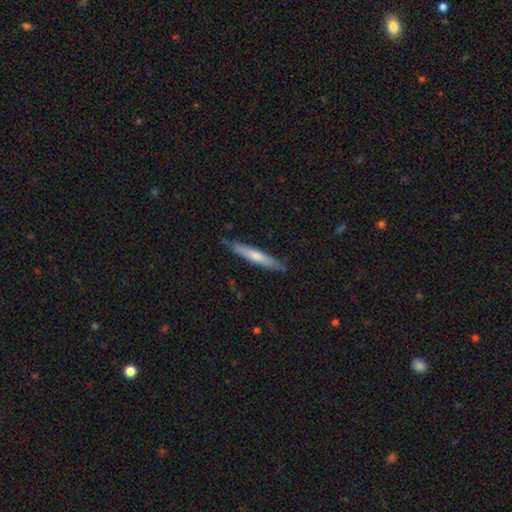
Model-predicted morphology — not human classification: This is possibly a smooth galaxy (55%). How rounded: clearly cigar-shaped (94%). Merging: clearly none (85%).